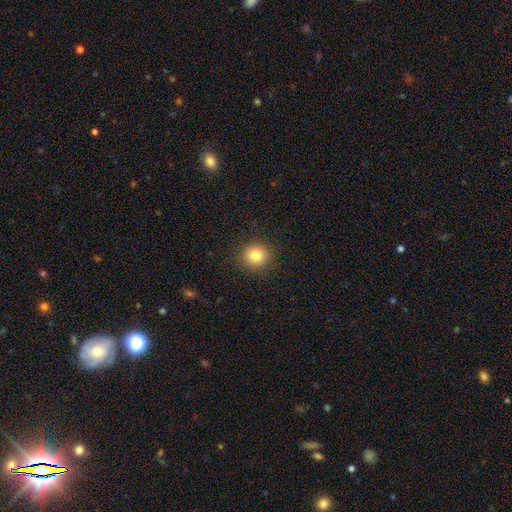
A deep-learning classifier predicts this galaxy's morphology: Overall: smooth (82%). How rounded: round (91%). Merging: none (90%).